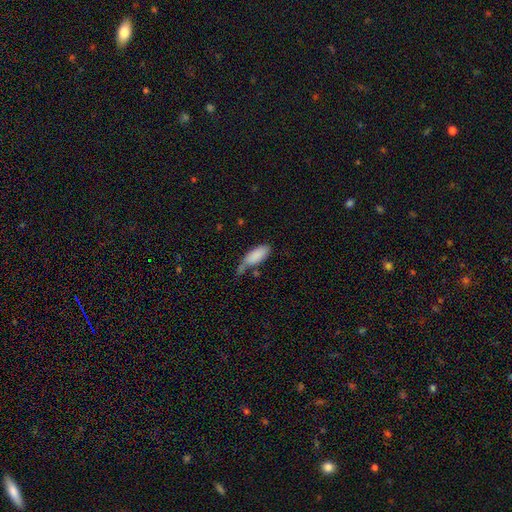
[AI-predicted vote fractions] Smooth or featured? smooth (85%)
How rounded? in between (85%)
Merging? none (37%)